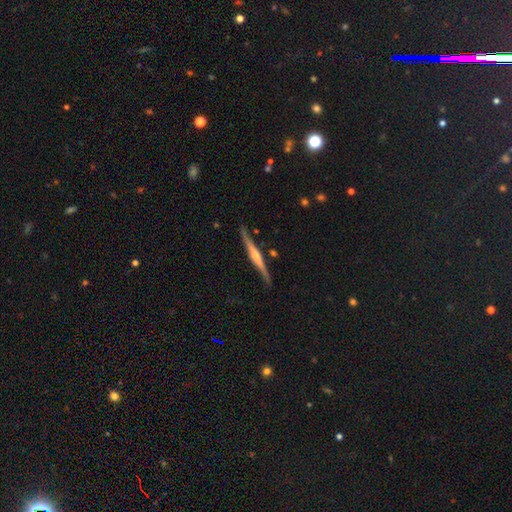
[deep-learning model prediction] This is likely a featured or disk galaxy (71%). It is clearly viewed edge-on (98%). Edge-on bulge: likely rounded (61%). Merging: clearly none (85%).